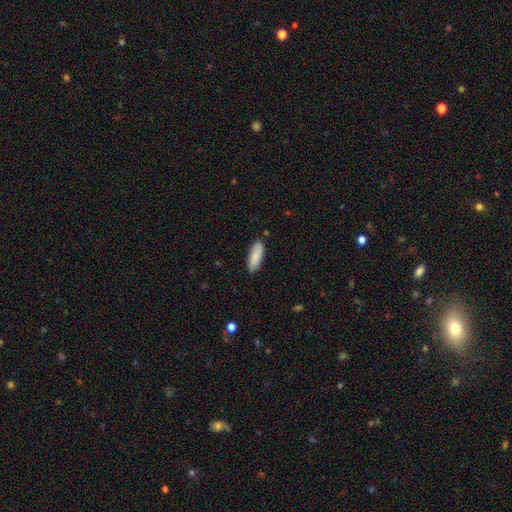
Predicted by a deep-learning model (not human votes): This appears to be a smooth galaxy with no disk features (87%) that is in between round and cigar-shaped (62%). Merging: none (87%).